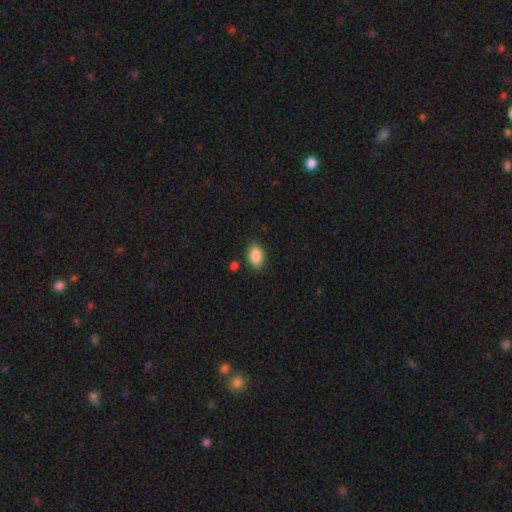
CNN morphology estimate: A smooth galaxy with no disk features (88%) that is in between round and cigar-shaped (88%).

Vote fractions:
- Smooth or featured? smooth: 88% / star or artifact: 7% / featured or disk: 5%
- How rounded? in between: 88% / round: 10% / cigar-shaped: 1%
- Merging? none: 85% / minor disturbance: 10% / major disturbance: 2% / merger: 2%